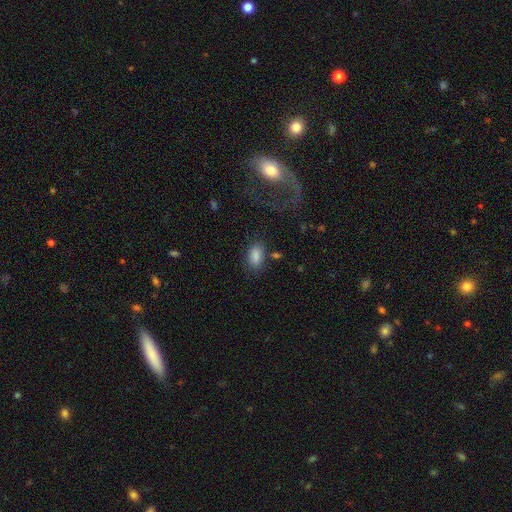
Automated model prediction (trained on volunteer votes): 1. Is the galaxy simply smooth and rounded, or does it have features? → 85% smooth, 9% star or artifact, 6% featured or disk.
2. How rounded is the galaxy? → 91% in between, 6% round, 3% cigar-shaped.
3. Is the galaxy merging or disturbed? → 75% none, 14% minor disturbance, 6% major disturbance, 5% merger.